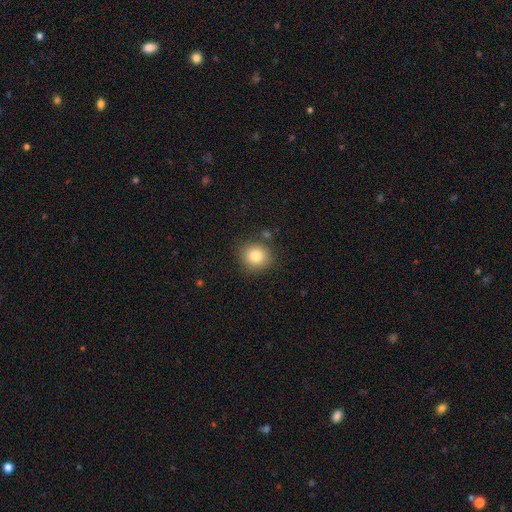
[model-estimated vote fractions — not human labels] Smooth or featured: smooth — 82% (star or artifact — 10%)
How rounded: round — 86% (in between — 13%)
Merging: none — 83% (minor disturbance — 10%)